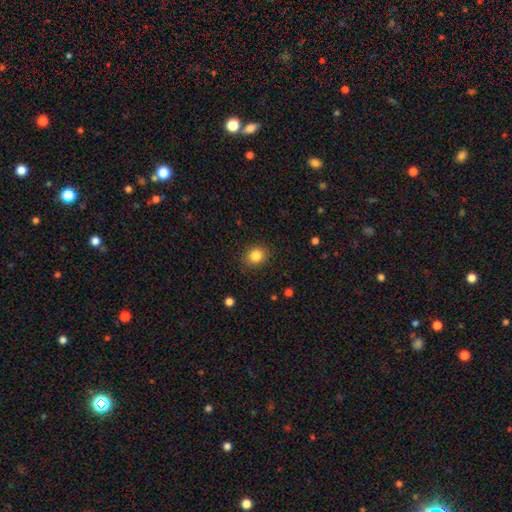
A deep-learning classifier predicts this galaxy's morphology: Q: Smooth or featured?
A: smooth (85%); runner-up: star or artifact (10%)
Q: How rounded?
A: round (69%); runner-up: in between (30%)
Q: Merging?
A: none (88%); runner-up: minor disturbance (8%)